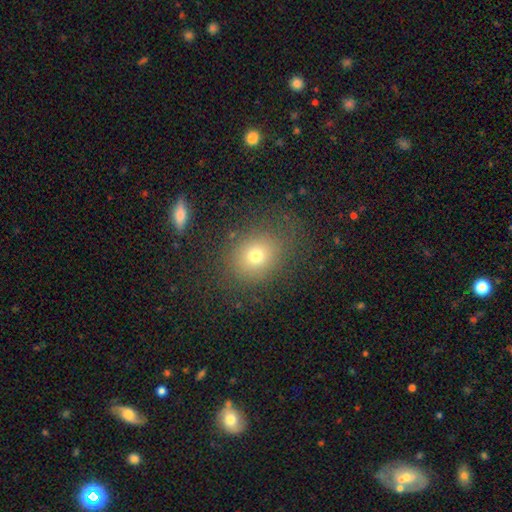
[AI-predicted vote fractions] Q: Smooth or featured?
A: smooth (72%); runner-up: star or artifact (15%)
Q: How rounded?
A: round (62%); runner-up: in between (37%)
Q: Merging?
A: none (76%); runner-up: minor disturbance (14%)